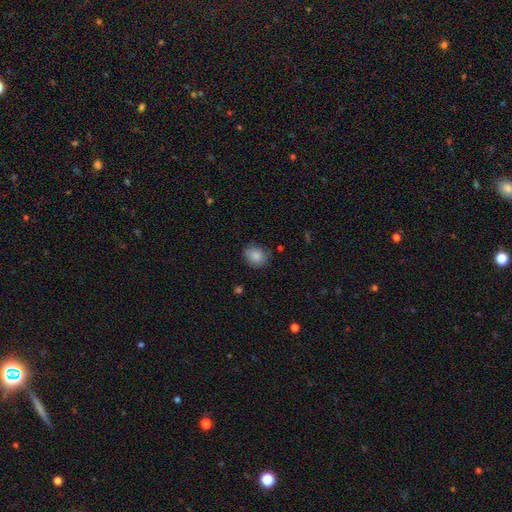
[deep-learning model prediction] Smooth or featured? smooth (86%)
How rounded? round (61%)
Merging? none (77%)